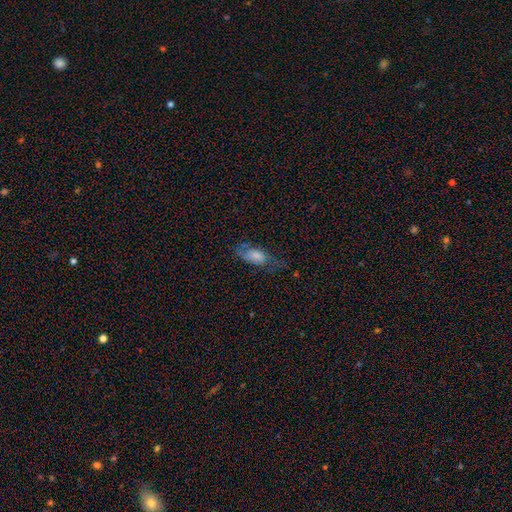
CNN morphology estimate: This is possibly a smooth galaxy (56%). How rounded: clearly in between (88%). Merging: possibly none (47%).